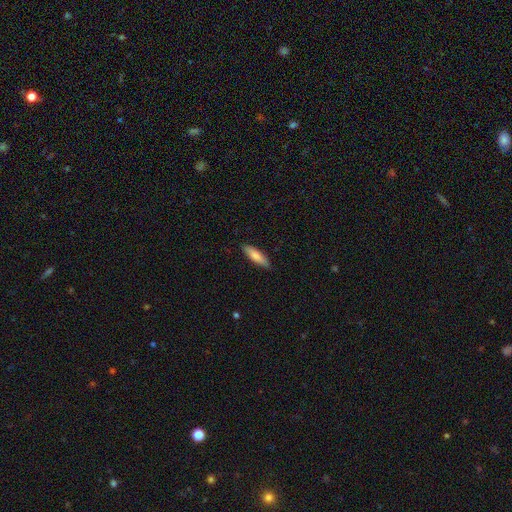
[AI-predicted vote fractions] Smooth or featured? Predicted: smooth (p=0.78). How rounded? Predicted: cigar-shaped (p=0.61). Merging? Predicted: none (p=0.87).